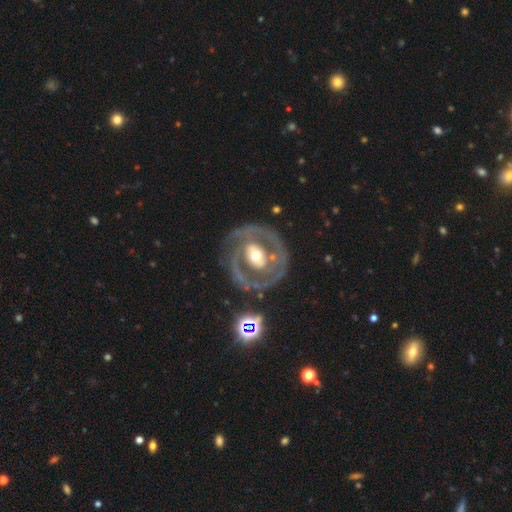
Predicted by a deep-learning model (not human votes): Morphology: type=featured or disk (79%); edge-on=no (97%); bar=no (53%); spiral arms=yes (62%); bulge=moderate (69%); merging=none (69%).